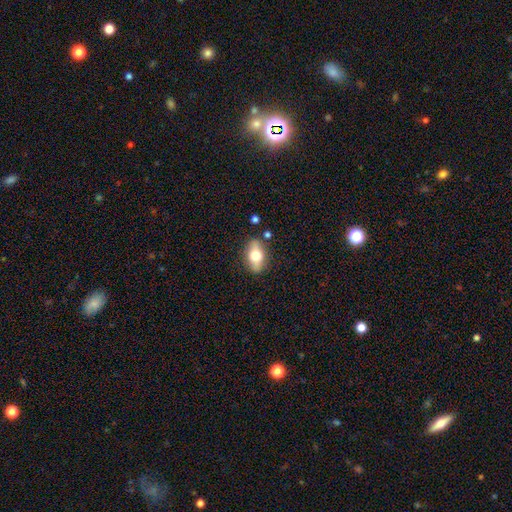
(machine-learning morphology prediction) smooth_or_featured: smooth (p=0.62) [alt: featured or disk p=0.30]
how_rounded: in between (p=0.84) [alt: round p=0.09]
merging: none (p=0.83) [alt: minor disturbance p=0.11]